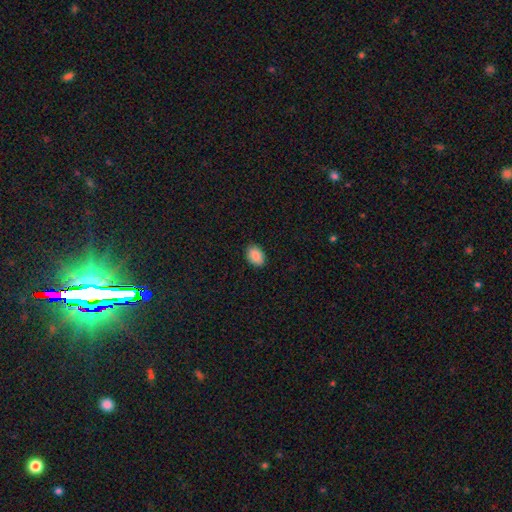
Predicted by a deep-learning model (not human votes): A smooth galaxy with no disk features (90%) that is in between round and cigar-shaped (85%). Merging: none (88%).